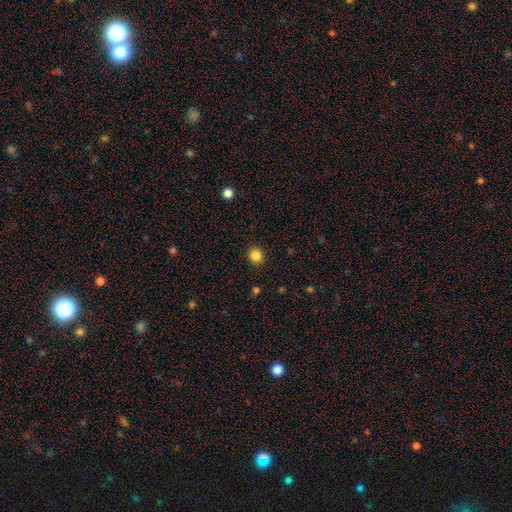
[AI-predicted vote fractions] A smooth galaxy with no disk features (85%) that is round (81%).

Vote fractions:
- Smooth or featured? smooth: 85% / star or artifact: 11% / featured or disk: 4%
- How rounded? round: 81% / in between: 18% / cigar-shaped: 1%
- Merging? none: 91% / minor disturbance: 6% / major disturbance: 2% / merger: 1%